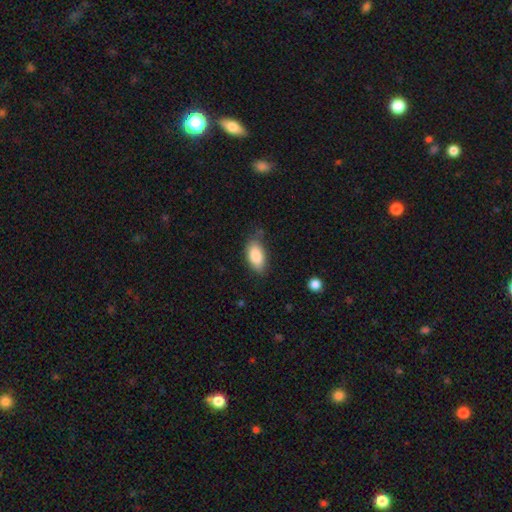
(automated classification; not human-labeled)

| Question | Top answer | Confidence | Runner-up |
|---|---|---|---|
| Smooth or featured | smooth | 86% | featured or disk (8%) |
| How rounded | in between | 93% | cigar-shaped (4%) |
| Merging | none | 70% | minor disturbance (23%) |